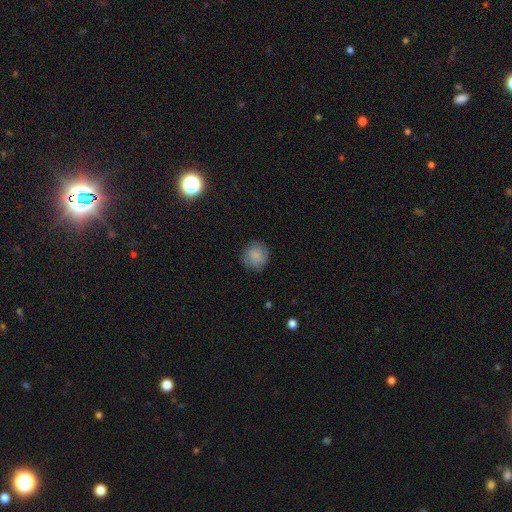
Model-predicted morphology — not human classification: The model was most divided on "merging": none: 82%, minor disturbance: 13%, major disturbance: 4%, merger: 1%. More confident: how rounded — round (89%); smooth or featured — smooth (82%).